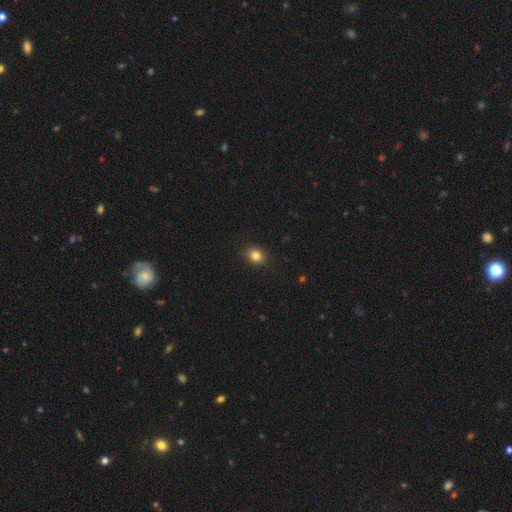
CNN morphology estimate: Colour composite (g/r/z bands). It shows a smooth galaxy with no disk features (83%) that is round (62%). Merging: none (87%).